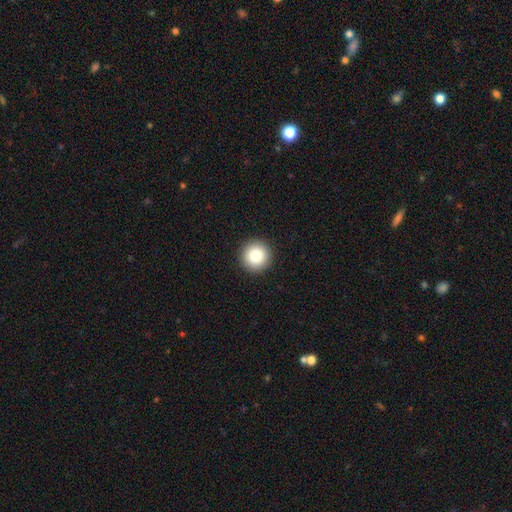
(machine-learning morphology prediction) smooth-or-featured: smooth: 83% | star or artifact: 10% | featured or disk: 7%
  how-rounded: round: 96% | in between: 3% | cigar-shaped: 1%
  merging: none: 93% | minor disturbance: 4% | major disturbance: 2% | merger: 1%